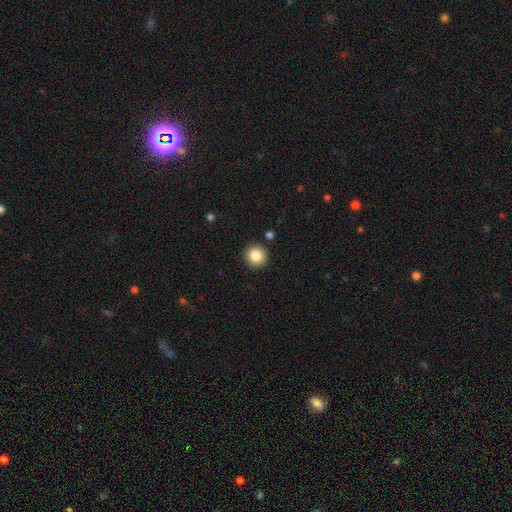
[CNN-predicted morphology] Q: Smooth or featured?
A: smooth (85%); runner-up: star or artifact (10%)
Q: How rounded?
A: round (95%); runner-up: in between (4%)
Q: Merging?
A: none (91%); runner-up: minor disturbance (5%)